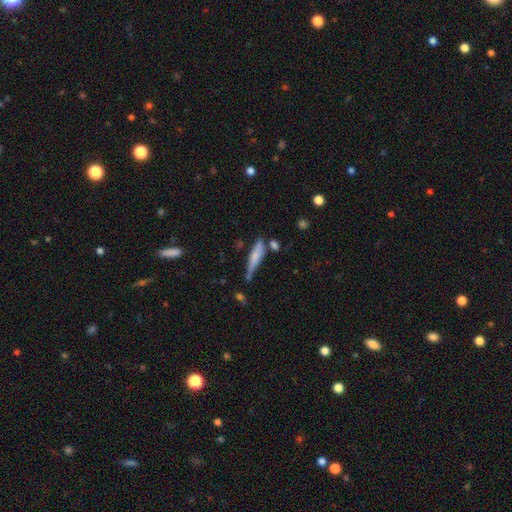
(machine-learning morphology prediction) A smooth galaxy with no disk features (64%) that is cigar-shaped (81%). Merging: none (57%).